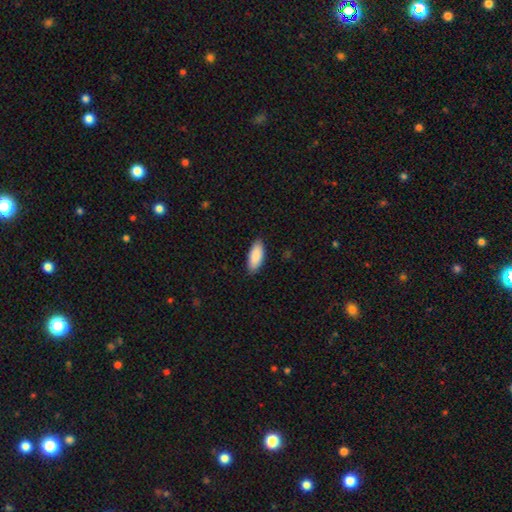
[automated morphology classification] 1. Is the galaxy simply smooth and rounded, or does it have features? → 90% smooth, 5% star or artifact, 5% featured or disk.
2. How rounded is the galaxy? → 85% in between, 13% cigar-shaped, 2% round.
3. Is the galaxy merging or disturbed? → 88% none, 9% minor disturbance, 2% major disturbance, 1% merger.